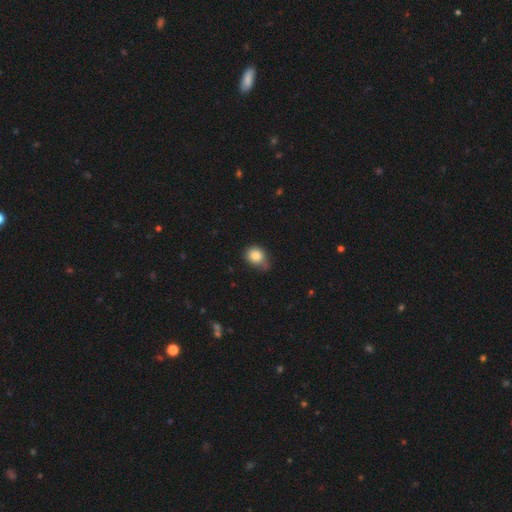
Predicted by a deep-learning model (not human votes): Smooth or featured?
  - smooth: 83% *
  - star or artifact: 10%
  - featured or disk: 7%
How rounded?
  - round: 68% *
  - in between: 31%
  - cigar-shaped: 1%
Merging?
  - none: 55% *
  - minor disturbance: 33%
  - major disturbance: 7%
  - merger: 6%